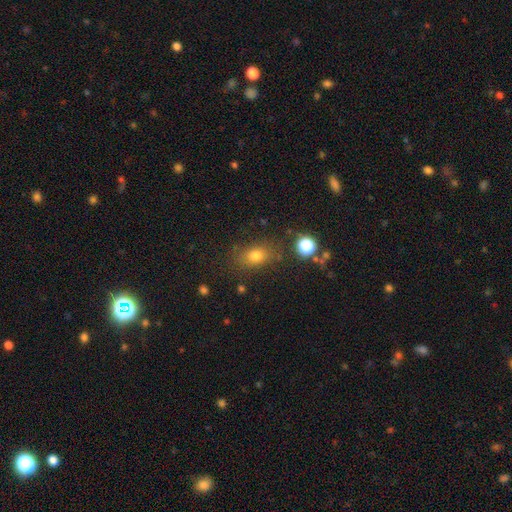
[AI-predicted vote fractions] Q: Smooth or featured?
A: smooth (73%); runner-up: star or artifact (17%)
Q: How rounded?
A: in between (67%); runner-up: round (31%)
Q: Merging?
A: none (79%); runner-up: minor disturbance (13%)